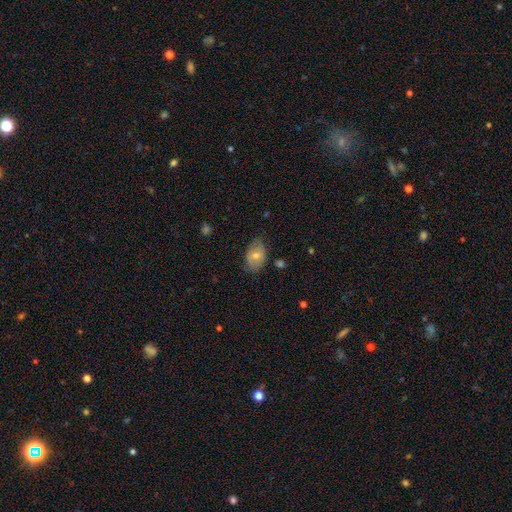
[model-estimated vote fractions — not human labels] smooth_or_featured: smooth (p=0.59) [alt: featured or disk p=0.31]
how_rounded: in between (p=0.84) [alt: round p=0.15]
merging: none (p=0.77) [alt: minor disturbance p=0.18]